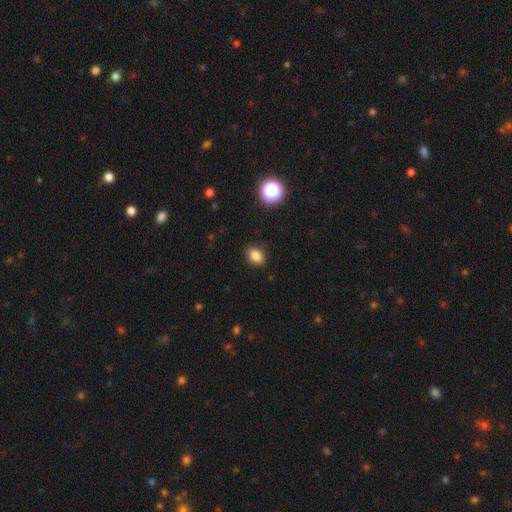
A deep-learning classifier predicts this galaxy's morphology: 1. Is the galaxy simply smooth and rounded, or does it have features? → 83% smooth, 12% star or artifact, 5% featured or disk.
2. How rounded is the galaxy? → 72% in between, 27% round, 2% cigar-shaped.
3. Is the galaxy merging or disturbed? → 86% none, 10% minor disturbance, 2% major disturbance, 1% merger.